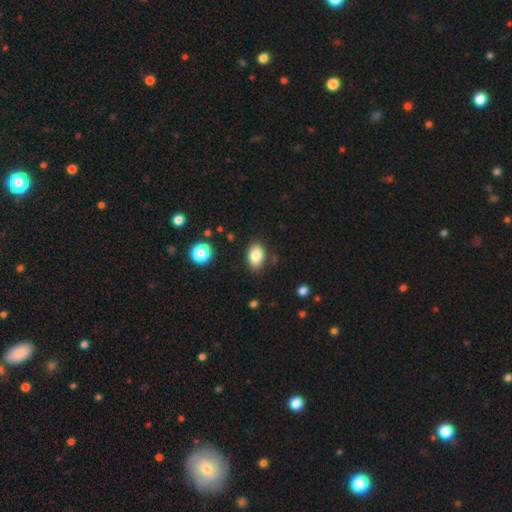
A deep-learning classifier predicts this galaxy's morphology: smooth-or-featured: smooth: 85% | star or artifact: 8% | featured or disk: 7%
  how-rounded: in between: 87% | round: 12% | cigar-shaped: 1%
  merging: none: 84% | minor disturbance: 11% | major disturbance: 3% | merger: 2%